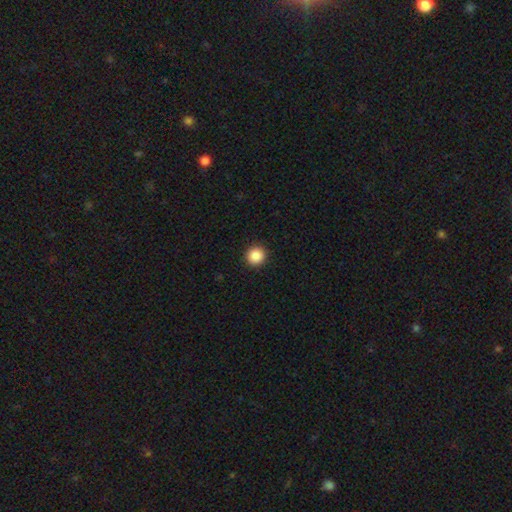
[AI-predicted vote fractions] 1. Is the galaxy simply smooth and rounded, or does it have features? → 88% smooth, 9% star or artifact, 3% featured or disk.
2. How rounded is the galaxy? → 94% round, 5% in between, 1% cigar-shaped.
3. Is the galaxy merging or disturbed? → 93% none, 4% minor disturbance, 2% major disturbance, 1% merger.